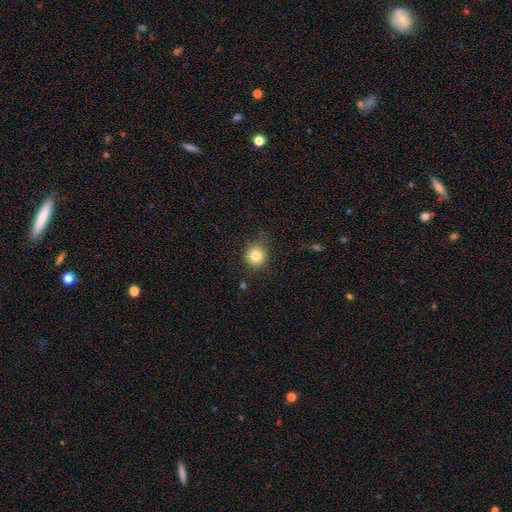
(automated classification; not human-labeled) smooth_or_featured: smooth (p=0.83) [alt: star or artifact p=0.11]
how_rounded: round (p=0.88) [alt: in between p=0.11]
merging: none (p=0.79) [alt: minor disturbance p=0.15]